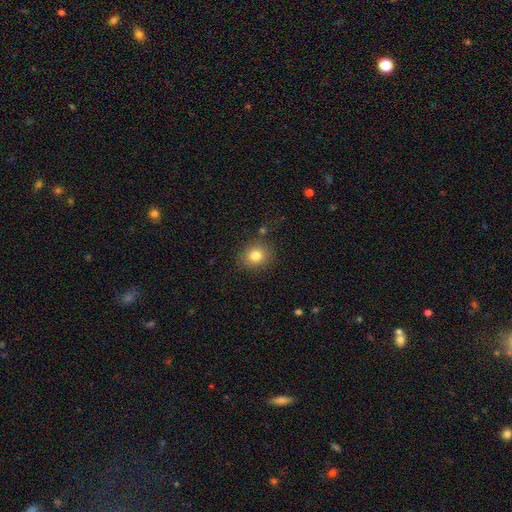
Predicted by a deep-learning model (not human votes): A smooth galaxy with no disk features (81%) that is round (73%). Merging: none (82%).